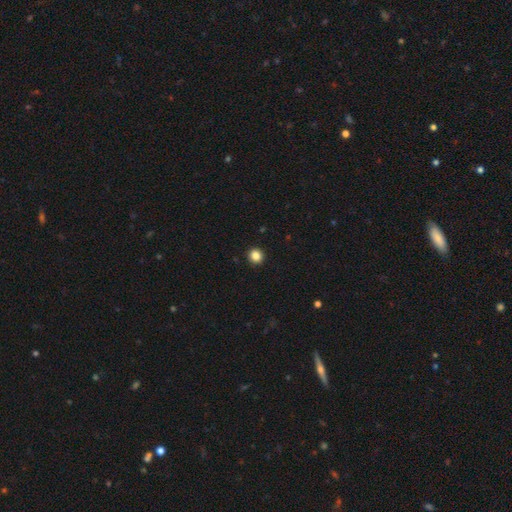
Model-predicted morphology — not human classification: A smooth galaxy with no disk features (85%) that is round (92%).

Vote fractions:
- Smooth or featured? smooth: 85% / star or artifact: 11% / featured or disk: 4%
- How rounded? round: 92% / in between: 7% / cigar-shaped: 1%
- Merging? none: 94% / minor disturbance: 4% / major disturbance: 1% / merger: 1%